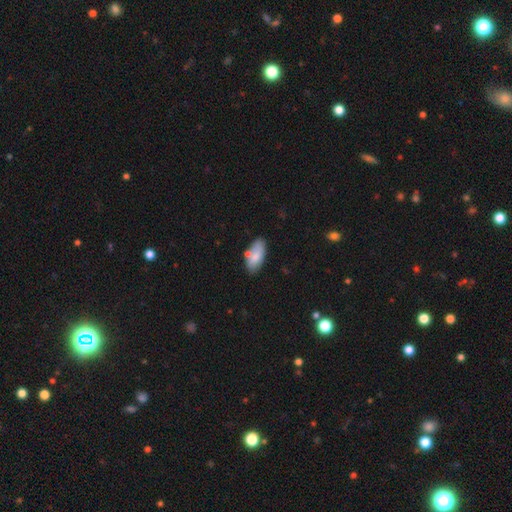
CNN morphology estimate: Smooth or featured? Predicted: smooth (p=0.78). How rounded? Predicted: in between (p=0.90). Merging? Predicted: none (p=0.67).